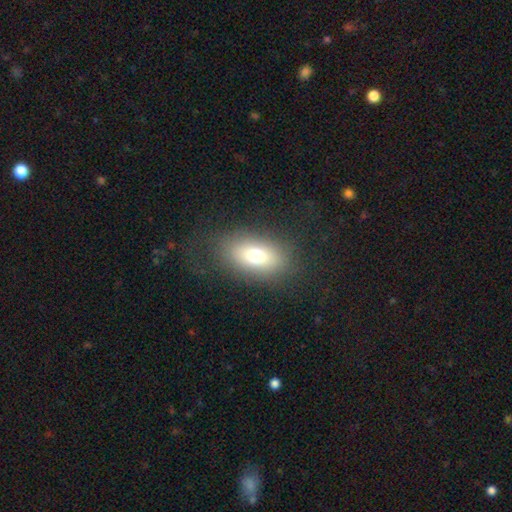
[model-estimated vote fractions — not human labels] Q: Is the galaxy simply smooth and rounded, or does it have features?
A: smooth — 71%.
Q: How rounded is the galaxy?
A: in between — 81%.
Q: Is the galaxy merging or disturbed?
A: none — 79%.